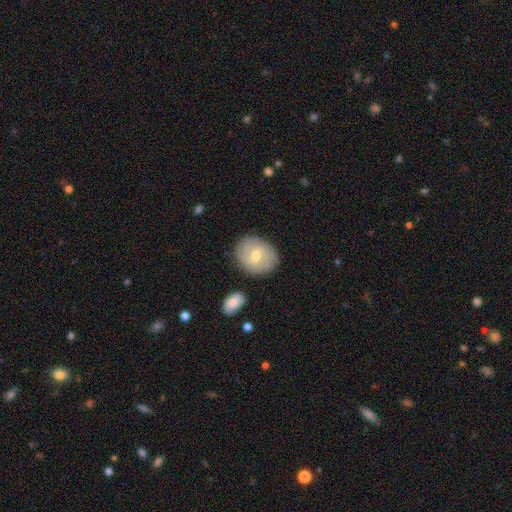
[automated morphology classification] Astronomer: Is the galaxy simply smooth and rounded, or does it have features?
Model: featured or disk — 68%.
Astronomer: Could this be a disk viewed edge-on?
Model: no — 97%.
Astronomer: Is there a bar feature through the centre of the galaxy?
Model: weak — 49% (runner-up: no, 42%).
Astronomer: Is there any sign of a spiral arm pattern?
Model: yes — 86%.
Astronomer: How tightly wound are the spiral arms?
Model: tight — 54% (runner-up: medium, 34%).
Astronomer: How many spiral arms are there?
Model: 2 — 55%.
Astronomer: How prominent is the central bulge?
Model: moderate — 57% (runner-up: small, 40%).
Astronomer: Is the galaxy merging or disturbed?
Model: none — 83%.